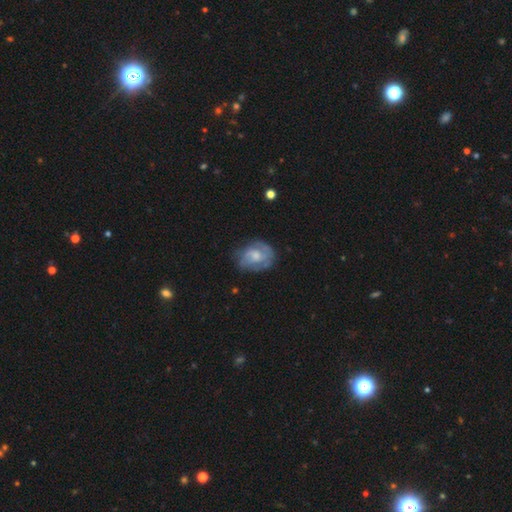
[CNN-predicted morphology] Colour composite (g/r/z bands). It shows a featured or disk galaxy (63%) with no bar (64%), spiral arms (78%) and a moderate central bulge (43%). Merging: none (60%).